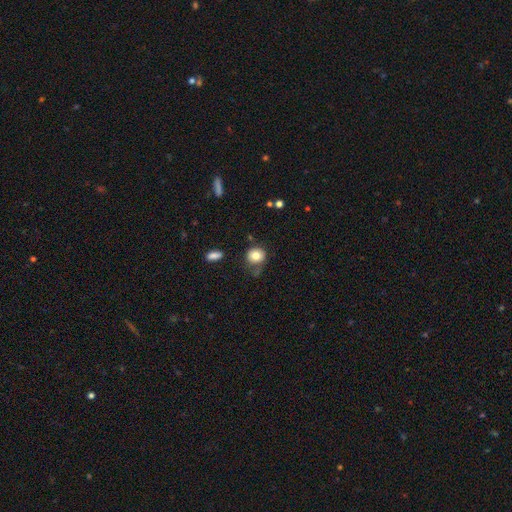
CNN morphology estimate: The model was most divided on "merging": none: 61%, minor disturbance: 23%, major disturbance: 10%, merger: 5%. More confident: smooth or featured — smooth (80%); how rounded — round (79%).